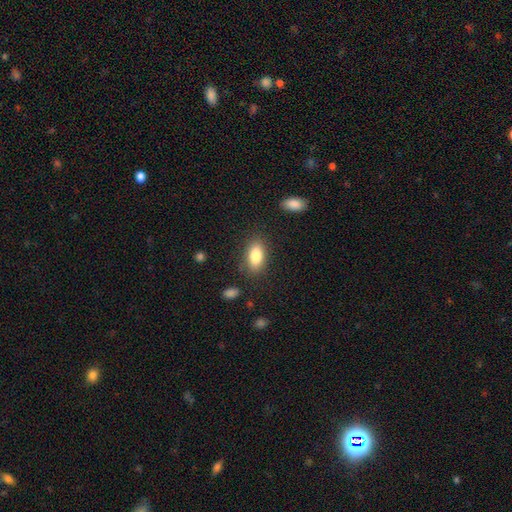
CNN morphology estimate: smooth 83%, featured or disk 9%, star or artifact 7%. Down the decision tree: how rounded — in between (89%); merging — none (83%).